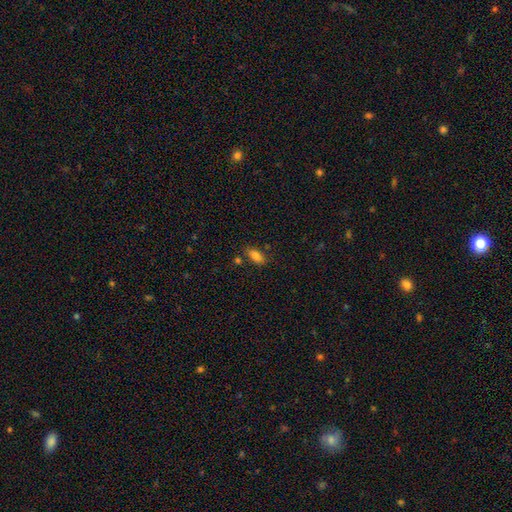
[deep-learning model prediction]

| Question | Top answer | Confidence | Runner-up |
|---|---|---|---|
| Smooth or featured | smooth | 82% | star or artifact (9%) |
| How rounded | in between | 85% | cigar-shaped (11%) |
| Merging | none | 74% | minor disturbance (15%) |